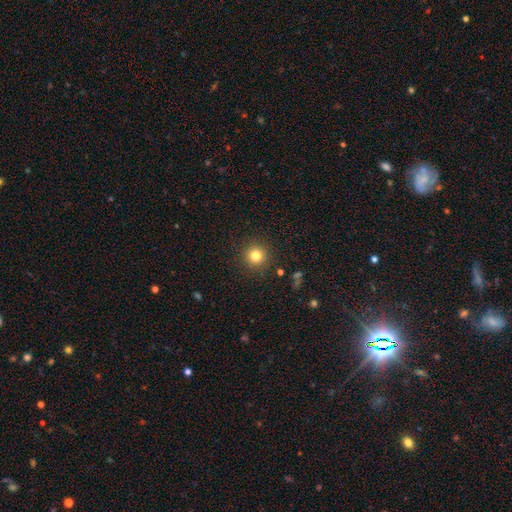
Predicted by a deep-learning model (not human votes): smooth_or_featured: smooth (p=0.81) [alt: star or artifact p=0.13]
how_rounded: round (p=0.95) [alt: in between p=0.04]
merging: none (p=0.91) [alt: minor disturbance p=0.06]